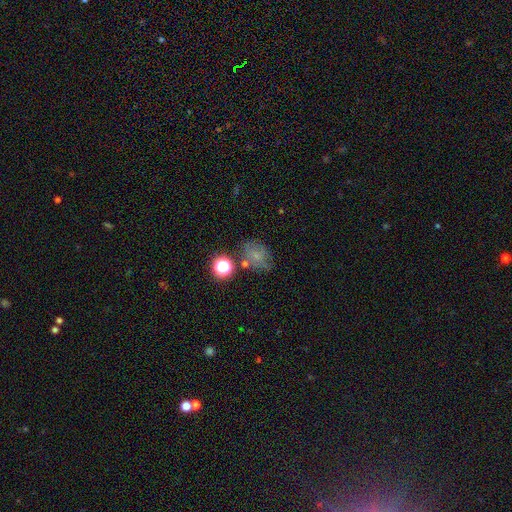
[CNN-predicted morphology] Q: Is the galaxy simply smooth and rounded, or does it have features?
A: smooth — 50%.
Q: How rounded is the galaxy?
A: round — 52%.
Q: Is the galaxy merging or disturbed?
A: none — 61%.